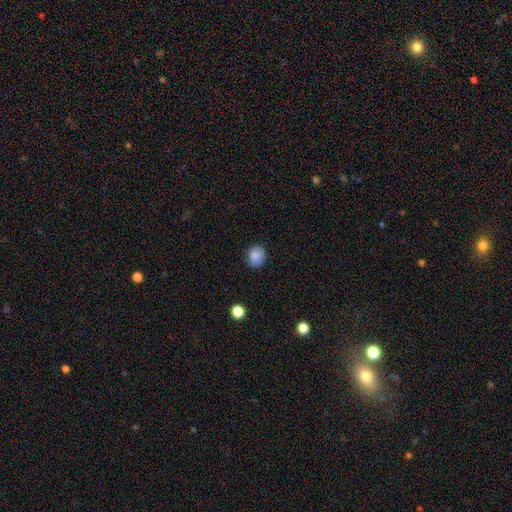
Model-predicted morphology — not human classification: smooth-or-featured: smooth: 85% | star or artifact: 9% | featured or disk: 6%
  how-rounded: round: 75% | in between: 24% | cigar-shaped: 1%
  merging: none: 82% | minor disturbance: 14% | major disturbance: 3% | merger: 1%